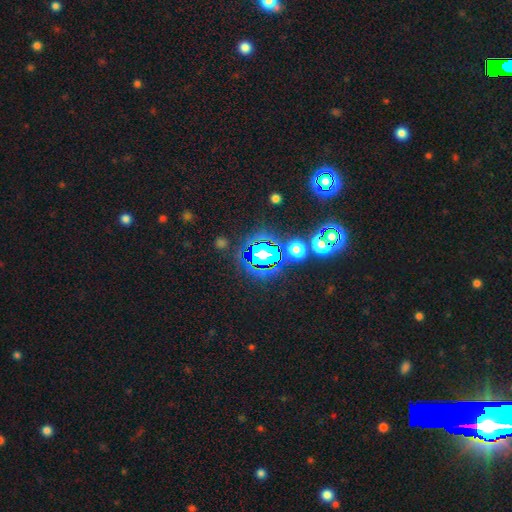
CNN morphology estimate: A star or artifact, not a galaxy (81%).

Vote fractions:
- Smooth or featured? star or artifact: 81% / smooth: 11% / featured or disk: 8%